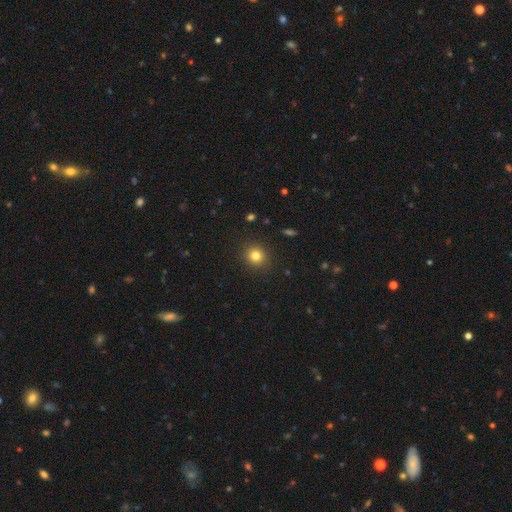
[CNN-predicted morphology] Smooth or featured?
  - smooth: 80% *
  - star or artifact: 13%
  - featured or disk: 7%
How rounded?
  - round: 88% *
  - in between: 11%
  - cigar-shaped: 1%
Merging?
  - none: 91% *
  - minor disturbance: 6%
  - major disturbance: 2%
  - merger: 1%